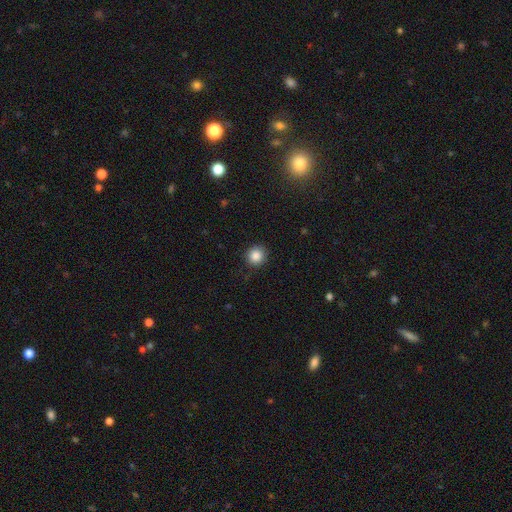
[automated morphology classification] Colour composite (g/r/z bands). It shows a smooth galaxy with no disk features (86%) that is round (91%). Merging: none (90%).